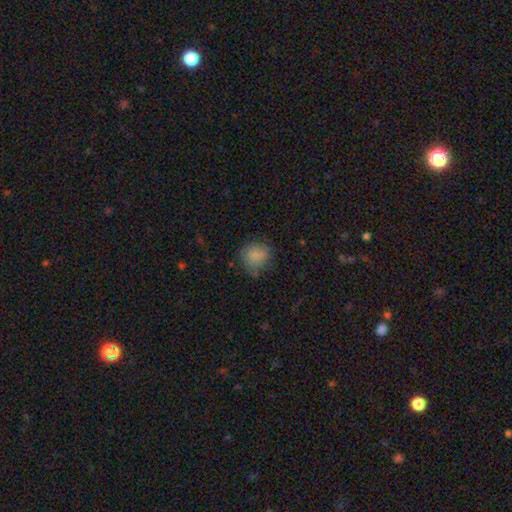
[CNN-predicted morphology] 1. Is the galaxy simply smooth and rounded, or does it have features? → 81% smooth, 10% star or artifact, 8% featured or disk.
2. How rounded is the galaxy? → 82% round, 17% in between, 1% cigar-shaped.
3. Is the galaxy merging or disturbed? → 67% none, 23% minor disturbance, 7% major disturbance, 3% merger.